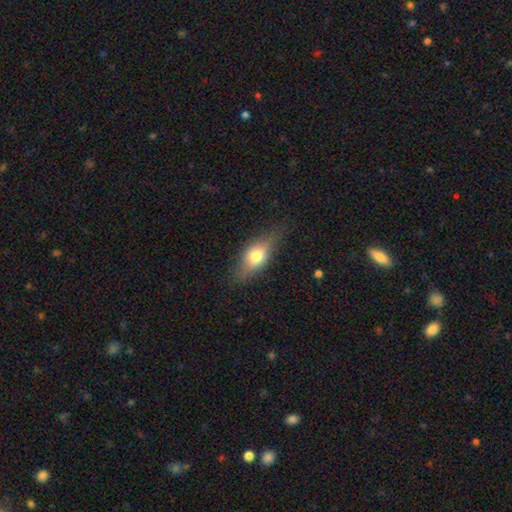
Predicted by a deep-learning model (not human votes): Smooth or featured? smooth (59%)
How rounded? in between (71%)
Merging? none (73%)